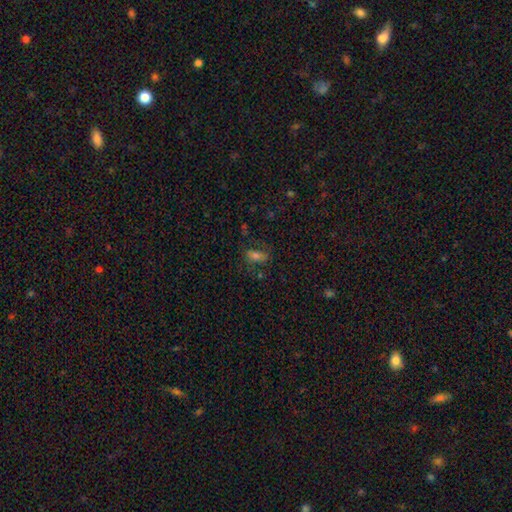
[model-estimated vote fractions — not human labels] Smooth or featured: smooth — 61% (featured or disk — 20%)
How rounded: in between — 79% (round — 13%)
Merging: none — 69% (minor disturbance — 19%)